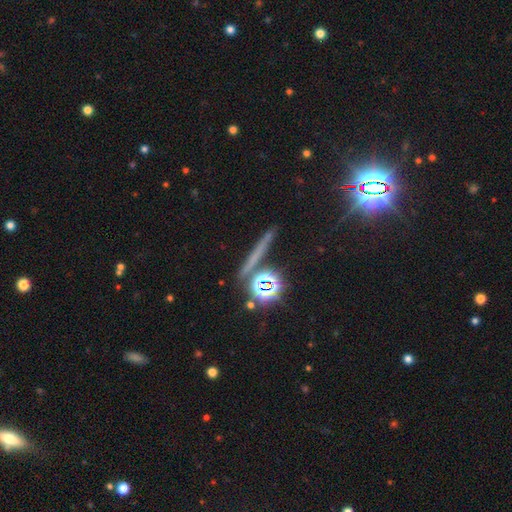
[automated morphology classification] A star or artifact, not a galaxy (52%).